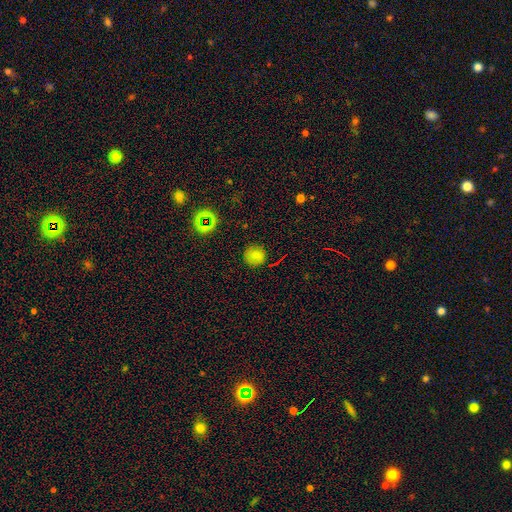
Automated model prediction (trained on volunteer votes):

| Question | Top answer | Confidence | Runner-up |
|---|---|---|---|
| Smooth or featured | smooth | 73% | star or artifact (20%) |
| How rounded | round | 89% | in between (10%) |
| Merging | none | 83% | minor disturbance (12%) |